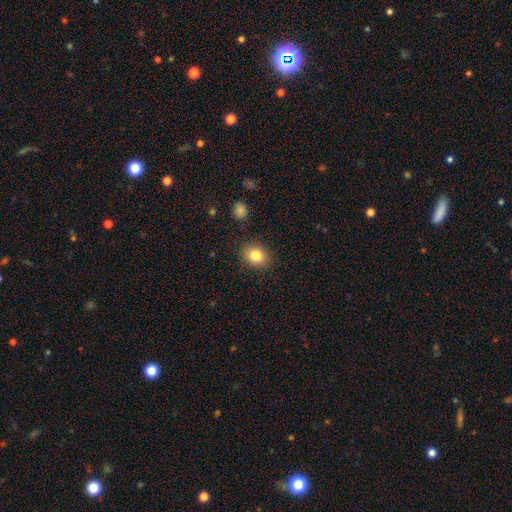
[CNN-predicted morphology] smooth-or-featured: smooth: 83% | star or artifact: 10% | featured or disk: 7%
  how-rounded: round: 54% | in between: 45% | cigar-shaped: 1%
  merging: none: 87% | minor disturbance: 9% | major disturbance: 3% | merger: 2%